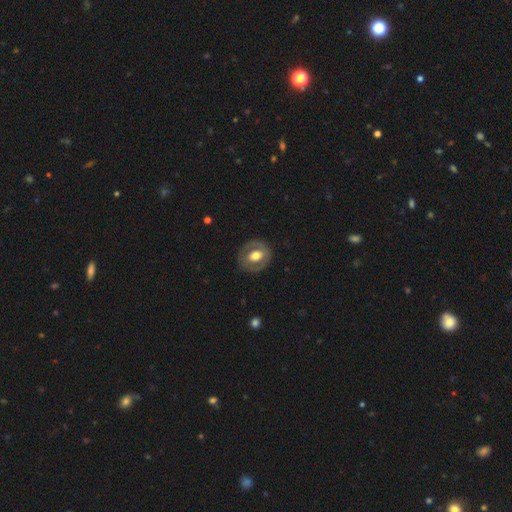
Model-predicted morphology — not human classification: featured or disk 54%, smooth 41%, star or artifact 6%. Down the decision tree: edge-on disk — no (95%); bar — no (60%); spiral arms — no (77%); bulge size — moderate (60%); merging — none (82%).